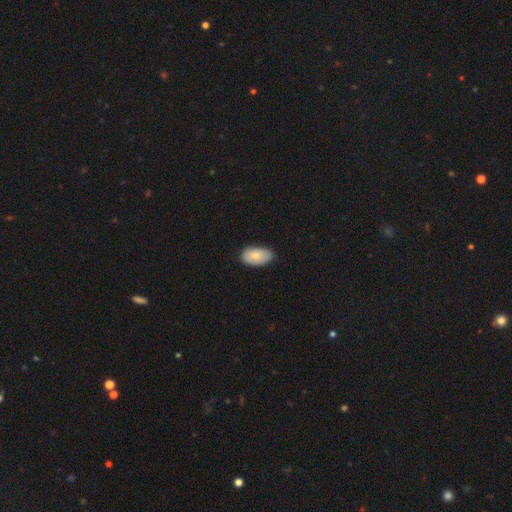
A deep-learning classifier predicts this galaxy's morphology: smooth-or-featured: smooth: 73% | featured or disk: 20% | star or artifact: 6%
  how-rounded: in between: 94% | round: 5% | cigar-shaped: 2%
  merging: none: 78% | minor disturbance: 18% | major disturbance: 3% | merger: 1%